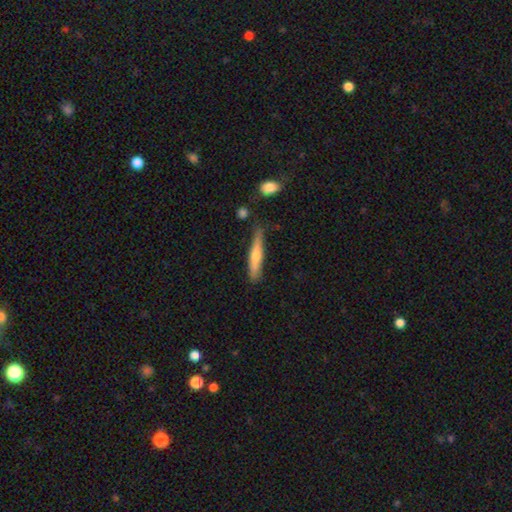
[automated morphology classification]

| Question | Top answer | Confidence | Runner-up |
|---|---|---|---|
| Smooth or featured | featured or disk | 50% | smooth (43%) |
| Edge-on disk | yes | 94% | no (6%) |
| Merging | none | 80% | minor disturbance (14%) |